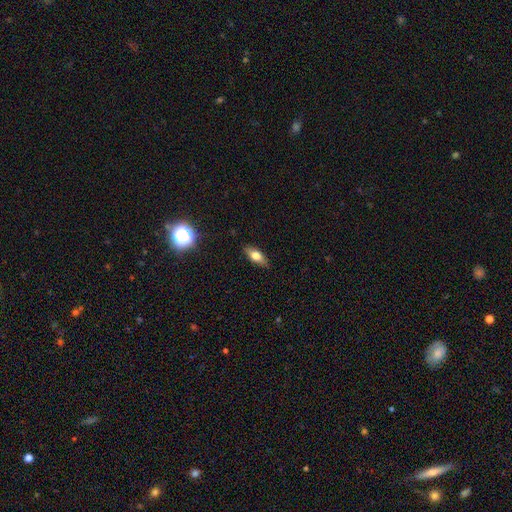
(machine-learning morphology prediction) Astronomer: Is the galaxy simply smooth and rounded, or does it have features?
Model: smooth — 64%.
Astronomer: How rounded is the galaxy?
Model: in between — 75%.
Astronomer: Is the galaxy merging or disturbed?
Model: none — 85%.